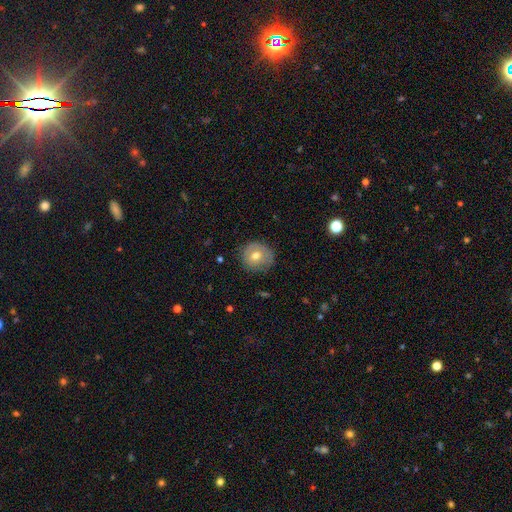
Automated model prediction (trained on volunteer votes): A smooth galaxy with no disk features (62%) that is round (86%). Merging: none (75%).